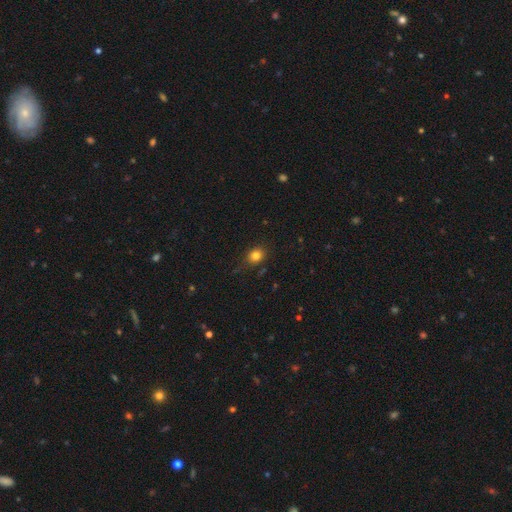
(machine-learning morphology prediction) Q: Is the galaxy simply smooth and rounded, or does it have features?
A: smooth — 81%.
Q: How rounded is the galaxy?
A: round — 65%.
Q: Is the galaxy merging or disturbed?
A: none — 81%.